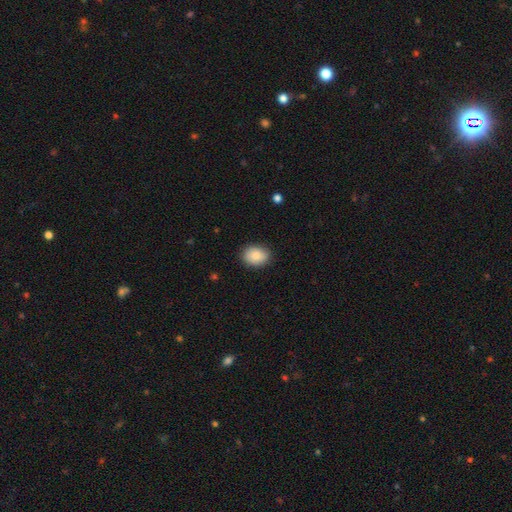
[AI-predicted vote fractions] Q: Smooth or featured?
A: smooth (88%); runner-up: star or artifact (7%)
Q: How rounded?
A: in between (65%); runner-up: round (34%)
Q: Merging?
A: none (86%); runner-up: minor disturbance (11%)